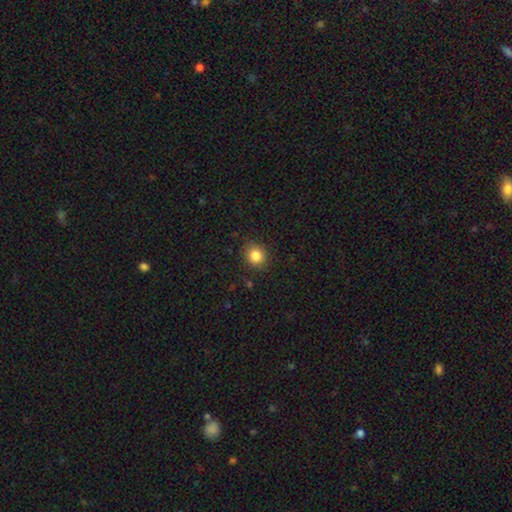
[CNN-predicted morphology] The model was most divided on "how rounded": round: 84%, in between: 15%, cigar-shaped: 1%. More confident: merging — none (87%); smooth or featured — smooth (84%).